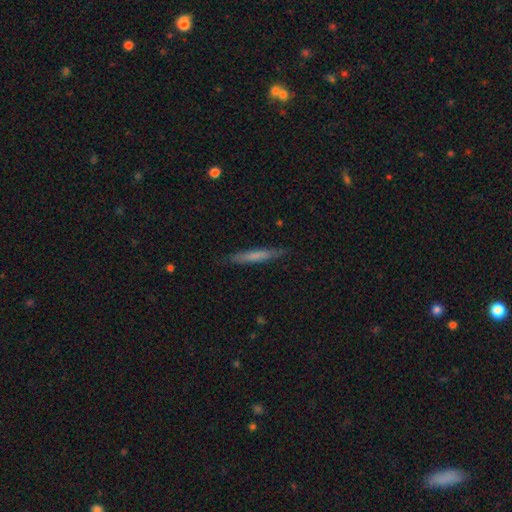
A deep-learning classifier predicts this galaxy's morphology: A smooth galaxy with no disk features (66%) that is cigar-shaped (95%). Merging: none (88%).